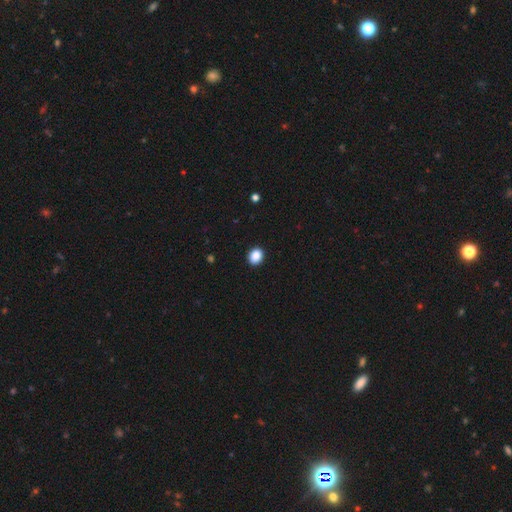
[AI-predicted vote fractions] Morphology: type=smooth (88%); roundness=round (60%); merging=none (92%).